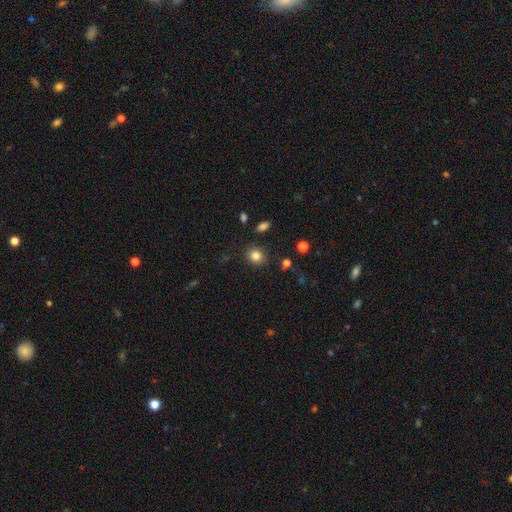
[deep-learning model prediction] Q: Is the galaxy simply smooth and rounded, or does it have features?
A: smooth — 83%.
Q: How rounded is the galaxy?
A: round — 73%.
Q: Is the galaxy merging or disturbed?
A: none — 86%.